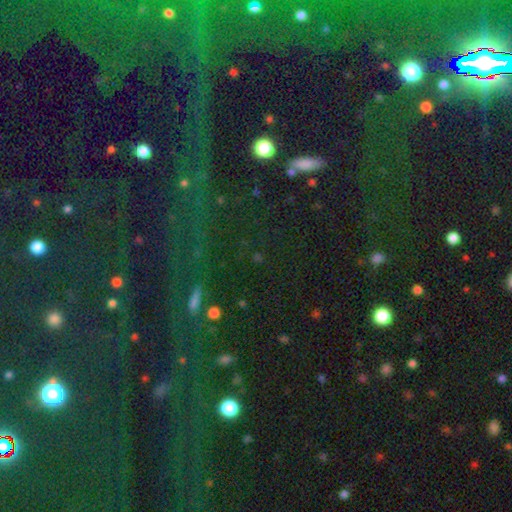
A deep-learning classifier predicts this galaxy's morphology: Q: Smooth or featured?
A: star or artifact (70%); runner-up: smooth (19%)